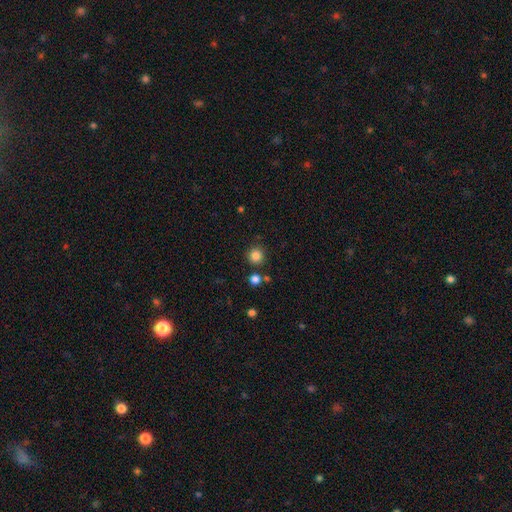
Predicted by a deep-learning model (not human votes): A smooth galaxy with no disk features (84%) that is round (94%). Merging: none (86%).